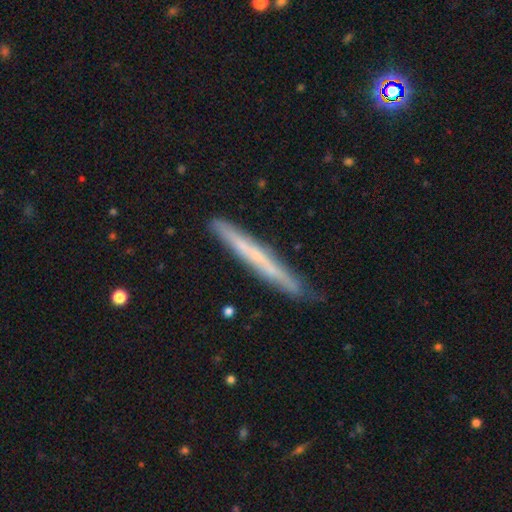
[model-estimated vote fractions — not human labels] Morphology: type=featured or disk (51%); edge-on=yes (92%); merging=none (82%).